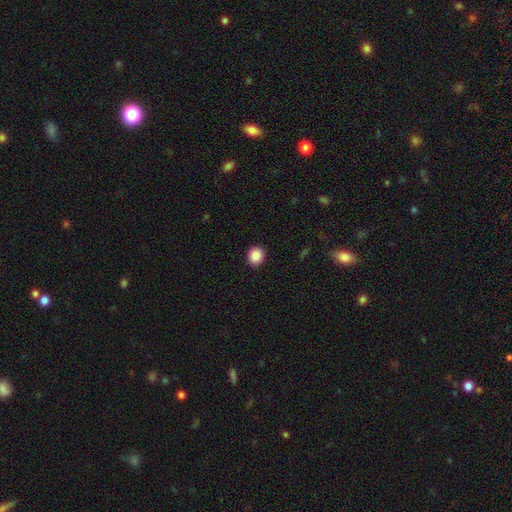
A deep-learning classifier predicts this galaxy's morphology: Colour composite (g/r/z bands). It shows a smooth galaxy with no disk features (88%) that is round (83%). Merging: none (91%).